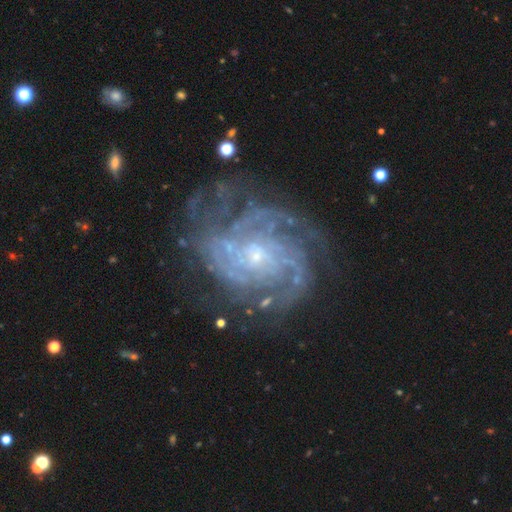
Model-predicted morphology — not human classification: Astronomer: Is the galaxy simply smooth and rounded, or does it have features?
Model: featured or disk — 89%.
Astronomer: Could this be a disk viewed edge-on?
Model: no — 98%.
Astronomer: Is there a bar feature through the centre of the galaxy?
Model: no — 70%.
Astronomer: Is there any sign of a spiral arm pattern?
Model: yes — 96%.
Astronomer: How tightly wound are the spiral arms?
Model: tight — 62%.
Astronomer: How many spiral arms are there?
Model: can't tell — 29% (runner-up: 4, 21%).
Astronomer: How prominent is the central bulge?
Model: small — 72%.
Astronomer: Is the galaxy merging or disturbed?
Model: none — 67%.